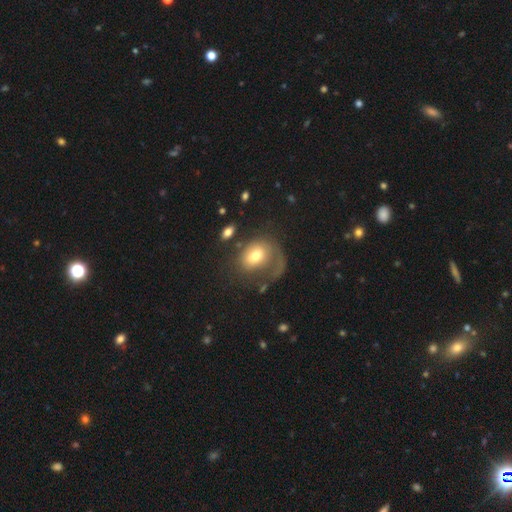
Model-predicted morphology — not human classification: type=smooth (53%); roundness=in between (55%); merging=major disturbance (46%).